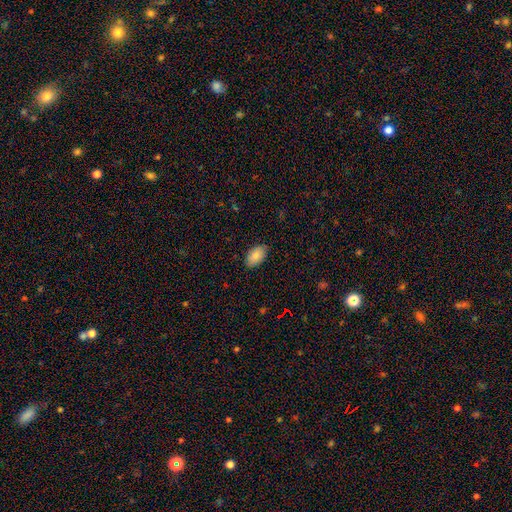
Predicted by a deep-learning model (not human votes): This appears to be a smooth galaxy with no disk features (87%) that is in between round and cigar-shaped (94%). Merging: none (86%).